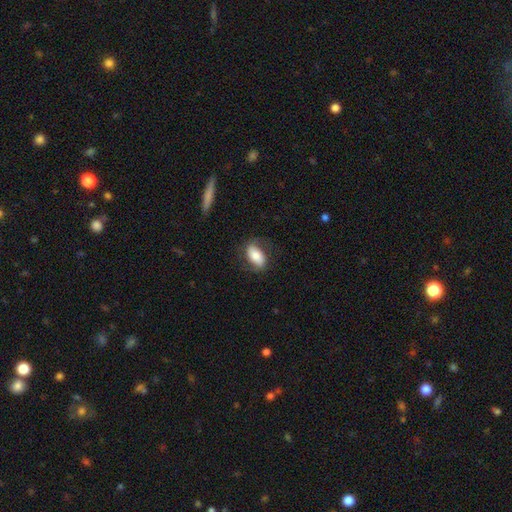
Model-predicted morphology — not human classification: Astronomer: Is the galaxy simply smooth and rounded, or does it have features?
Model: smooth — 61%.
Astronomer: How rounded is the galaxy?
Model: in between — 90%.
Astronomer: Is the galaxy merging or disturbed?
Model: none — 70%.